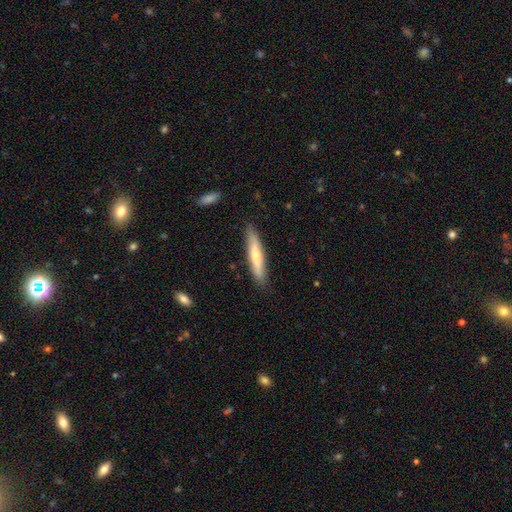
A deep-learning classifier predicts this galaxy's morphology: smooth 57%, featured or disk 38%, star or artifact 5%. Down the decision tree: how rounded — cigar-shaped (90%); merging — none (87%).